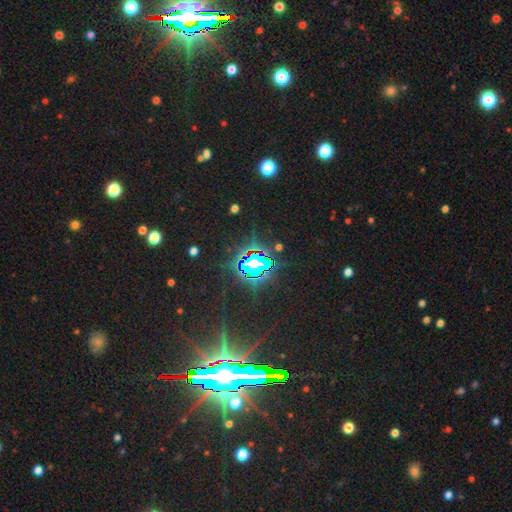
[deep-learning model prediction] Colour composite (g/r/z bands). It shows a star or artifact, not a galaxy (83%).